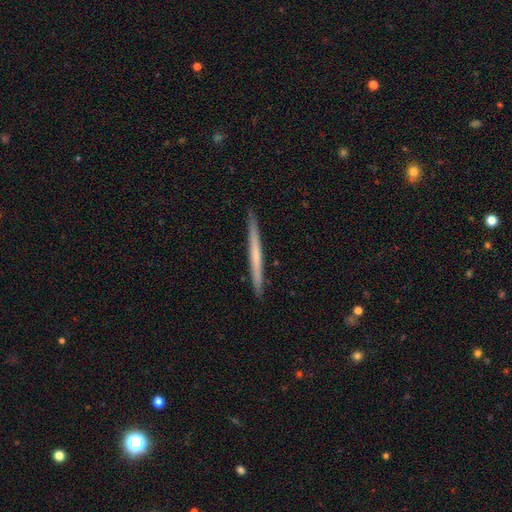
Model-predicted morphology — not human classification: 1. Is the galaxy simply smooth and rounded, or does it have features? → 48% smooth, 47% featured or disk, 5% star or artifact.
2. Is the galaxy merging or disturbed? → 92% none, 6% minor disturbance, 1% major disturbance, 1% merger.